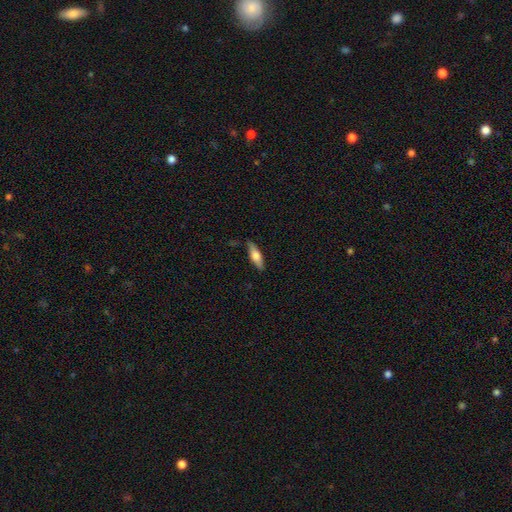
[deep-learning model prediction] Smooth or featured: smooth — 62% (featured or disk — 32%)
How rounded: cigar-shaped — 54% (in between — 44%)
Merging: none — 84% (minor disturbance — 12%)